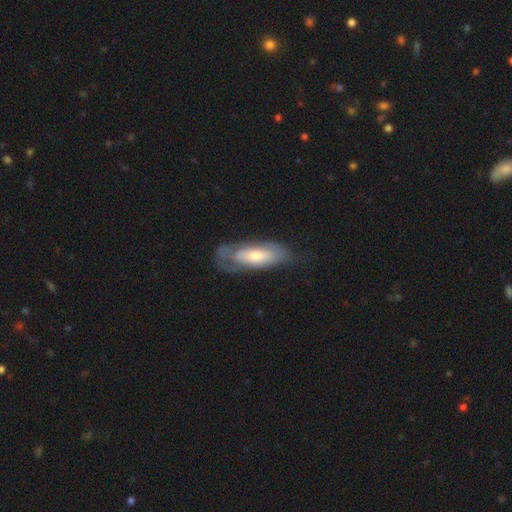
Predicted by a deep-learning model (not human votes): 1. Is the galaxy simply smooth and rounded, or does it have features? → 53% smooth, 40% featured or disk, 6% star or artifact.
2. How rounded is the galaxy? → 66% in between, 33% cigar-shaped, 2% round.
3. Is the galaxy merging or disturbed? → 53% none, 28% minor disturbance, 17% major disturbance, 2% merger.